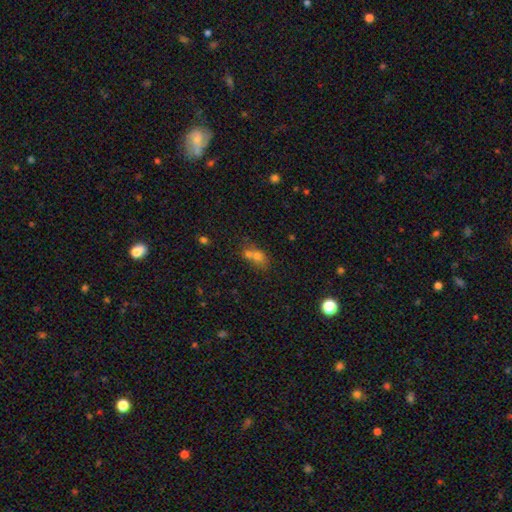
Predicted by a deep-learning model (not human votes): This is likely a smooth galaxy (67%). How rounded: possibly in between (54%). Merging: possibly merger (58%).